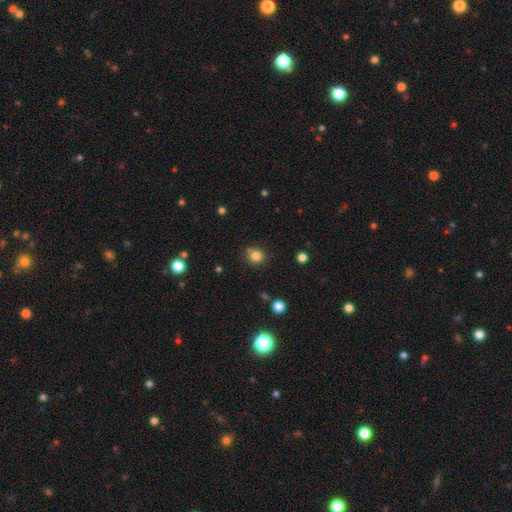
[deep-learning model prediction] smooth_or_featured: smooth (p=0.81) [alt: star or artifact p=0.13]
how_rounded: round (p=0.85) [alt: in between p=0.14]
merging: none (p=0.79) [alt: minor disturbance p=0.12]